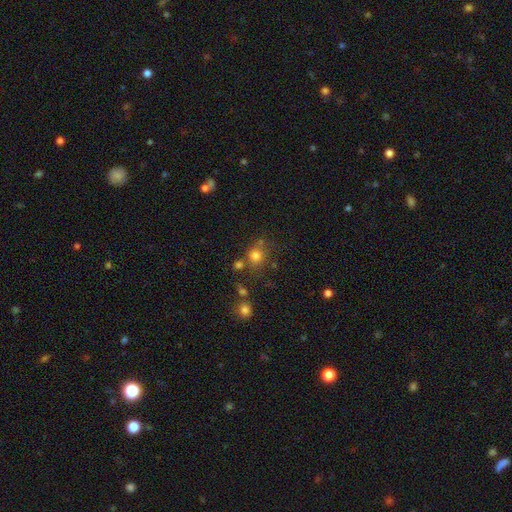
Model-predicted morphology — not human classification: Smooth or featured? Predicted: smooth (p=0.76). How rounded? Predicted: round (p=0.84). Merging? Predicted: none (p=0.67).